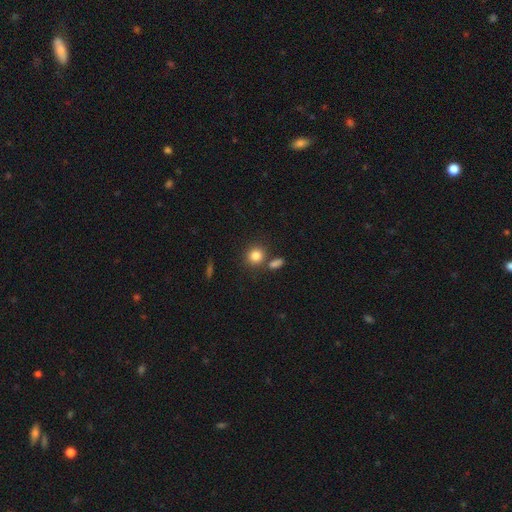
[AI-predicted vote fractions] smooth_or_featured: smooth (p=0.84) [alt: star or artifact p=0.10]
how_rounded: round (p=0.83) [alt: in between p=0.16]
merging: none (p=0.71) [alt: merger p=0.15]